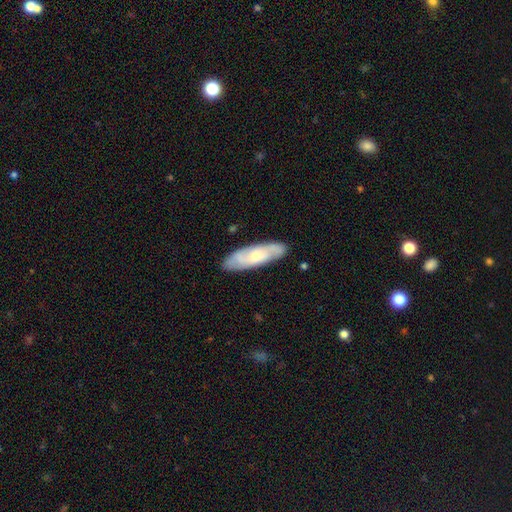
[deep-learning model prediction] Q: Smooth or featured?
A: featured or disk (49%); runner-up: smooth (45%)
Q: Merging?
A: none (84%); runner-up: minor disturbance (12%)